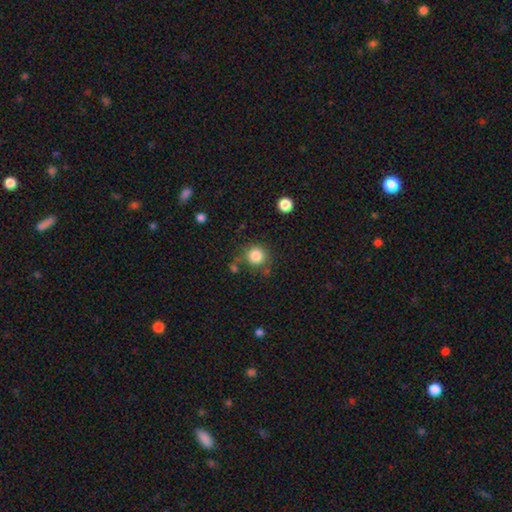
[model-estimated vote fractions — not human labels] This appears to be a smooth galaxy with no disk features (84%) that is round (93%). Merging: none (78%).